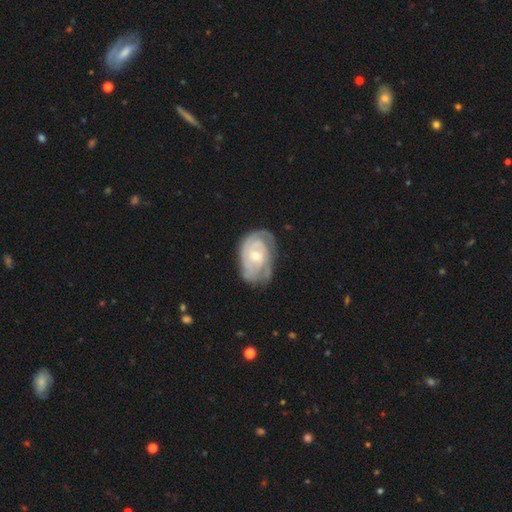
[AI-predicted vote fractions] smooth-or-featured: featured or disk: 81% | smooth: 14% | star or artifact: 5%
  disk-edge-on: no: 97% | yes: 3%
    bar: no: 71% | weak: 24% | strong: 5%
    has-spiral-arms: yes: 92% | no: 8%
      spiral-winding: tight: 69% | medium: 24% | loose: 7%
      spiral-arm-count: can't tell: 37% | 2: 30% | 3: 17% | 1: 7% | 4: 5% | more than 4: 4%
    bulge-size: small: 50% | moderate: 47% | large: 2% | none: 1% | dominant: 1%
  merging: none: 61% | minor disturbance: 27% | major disturbance: 11% | merger: 2%